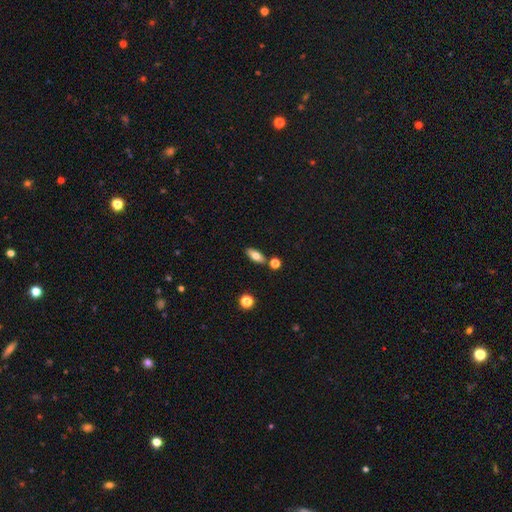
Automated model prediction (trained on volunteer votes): Smooth or featured: smooth — 71% (featured or disk — 21%)
How rounded: in between — 81% (cigar-shaped — 14%)
Merging: none — 79% (minor disturbance — 10%)